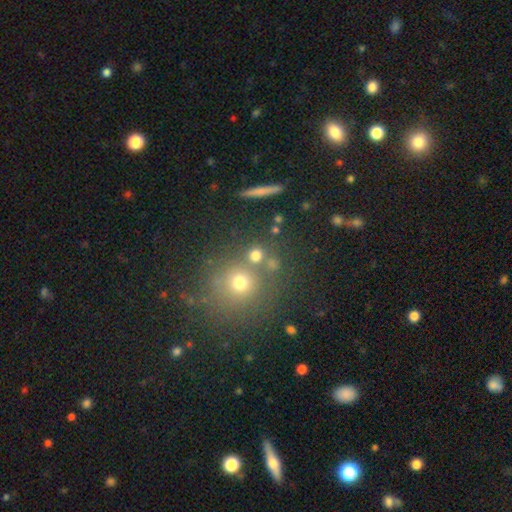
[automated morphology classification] Smooth or featured? Predicted: smooth (p=0.72). How rounded? Predicted: round (p=0.89). Merging? Predicted: none (p=0.73).